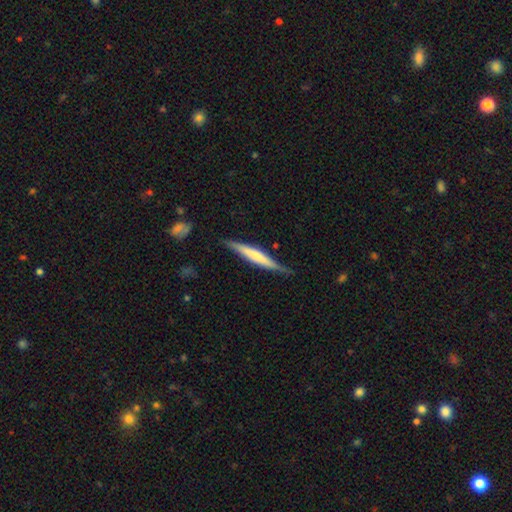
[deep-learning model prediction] smooth_or_featured: smooth (p=0.48) [alt: featured or disk p=0.47]
merging: none (p=0.80) [alt: minor disturbance p=0.16]